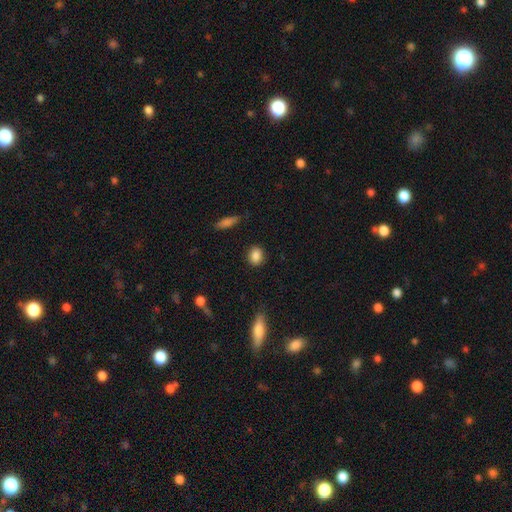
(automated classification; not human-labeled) smooth 87%, star or artifact 8%, featured or disk 5%. Down the decision tree: how rounded — round (57%); merging — none (88%).